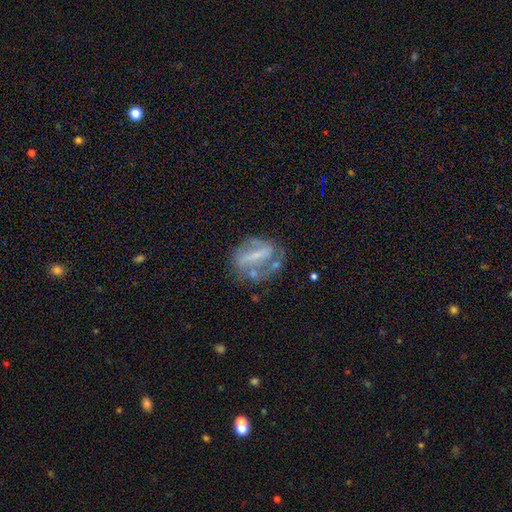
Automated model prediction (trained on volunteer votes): Q: Smooth or featured?
A: featured or disk (71%); runner-up: smooth (20%)
Q: Edge-on disk?
A: no (92%); runner-up: yes (8%)
Q: Bar?
A: strong (59%); runner-up: weak (25%)
Q: Spiral arms?
A: yes (61%); runner-up: no (39%)
Q: Bulge size?
A: small (45%); runner-up: none (34%)
Q: Merging?
A: none (53%); runner-up: minor disturbance (22%)